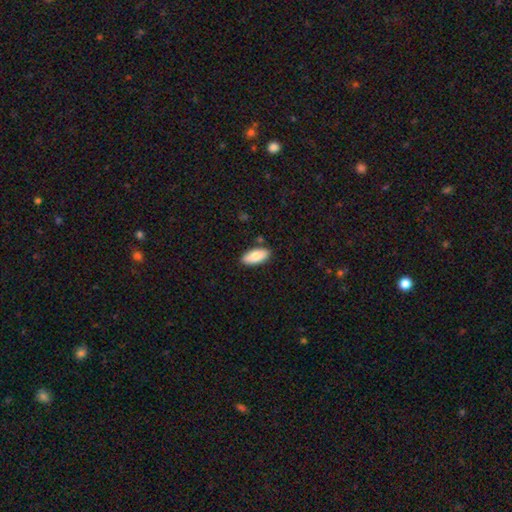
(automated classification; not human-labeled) This appears to be a smooth galaxy with no disk features (82%) that is in between round and cigar-shaped (89%). Merging: none (86%).